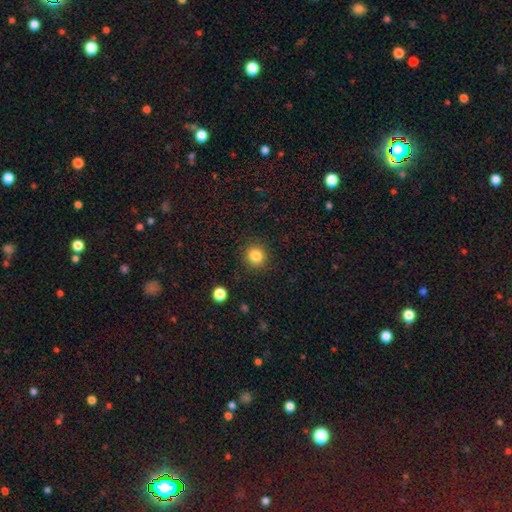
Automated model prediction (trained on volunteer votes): Q: Smooth or featured?
A: smooth (84%); runner-up: star or artifact (11%)
Q: How rounded?
A: round (91%); runner-up: in between (8%)
Q: Merging?
A: none (90%); runner-up: minor disturbance (7%)